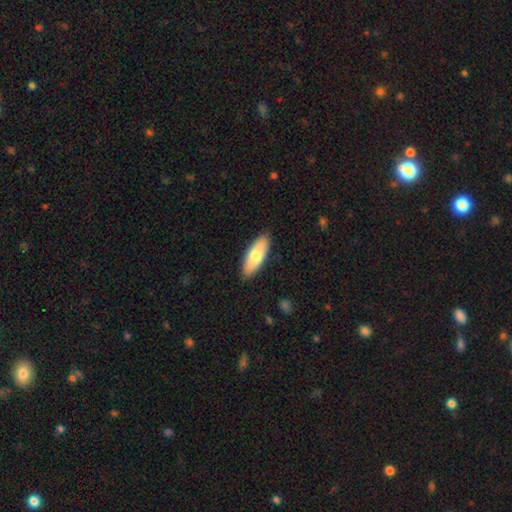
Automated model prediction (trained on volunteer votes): smooth-or-featured: smooth: 75% | featured or disk: 20% | star or artifact: 5%
  how-rounded: in between: 69% | cigar-shaped: 29% | round: 2%
  merging: none: 88% | minor disturbance: 9% | major disturbance: 2% | merger: 1%